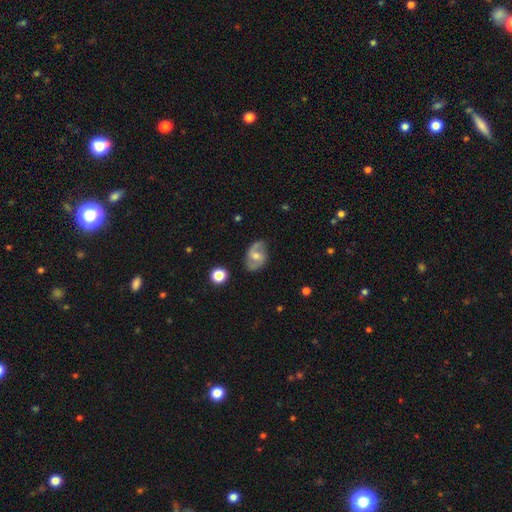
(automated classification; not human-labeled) Q: Smooth or featured?
A: featured or disk (77%); runner-up: smooth (17%)
Q: Edge-on disk?
A: no (97%); runner-up: yes (3%)
Q: Bar?
A: weak (51%); runner-up: no (35%)
Q: Spiral arms?
A: yes (92%); runner-up: no (8%)
Q: Spiral winding?
A: medium (46%); runner-up: loose (39%)
Q: Spiral arm count?
A: 2 (90%); runner-up: can't tell (5%)
Q: Bulge size?
A: moderate (58%); runner-up: small (32%)
Q: Merging?
A: none (78%); runner-up: minor disturbance (16%)